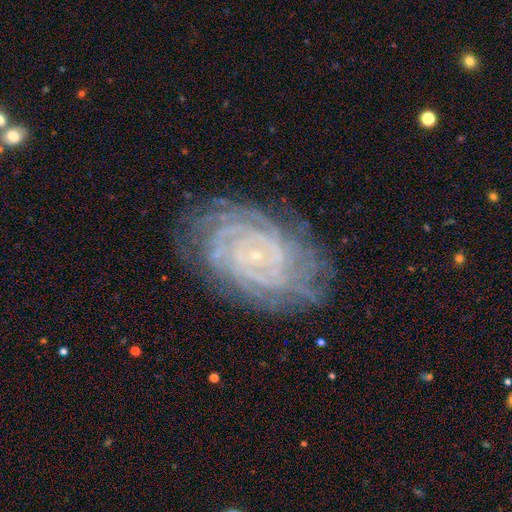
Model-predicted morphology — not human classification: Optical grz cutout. It shows a featured or disk galaxy (88%) with no bar (72%), more than 4 (23%) tight (85%) spiral arms (98%) and a small central bulge (89%). Merging: none (78%).